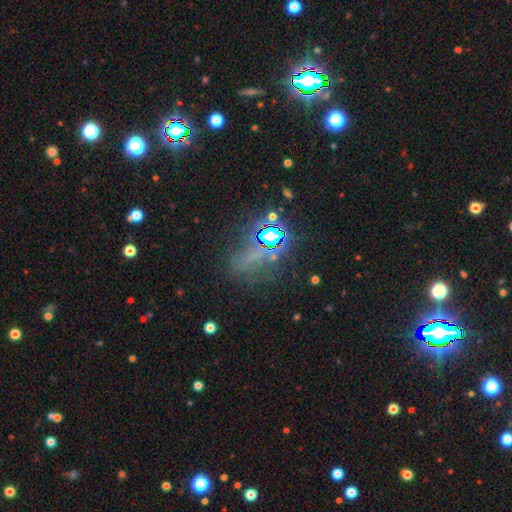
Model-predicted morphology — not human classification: This is likely a star or artifact rather than a galaxy (73%).